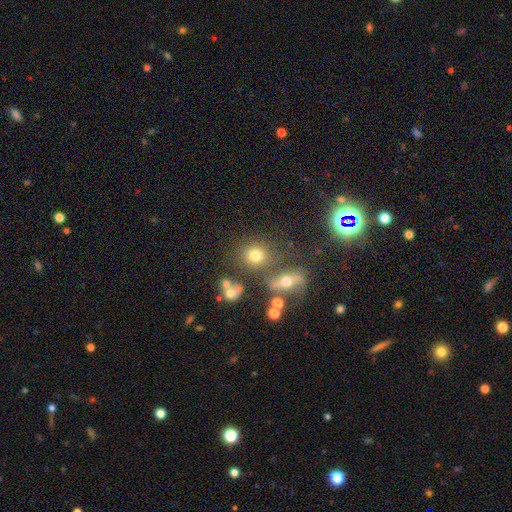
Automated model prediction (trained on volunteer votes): Smooth or featured?
  - smooth: 70% *
  - star or artifact: 16%
  - featured or disk: 14%
How rounded?
  - round: 73% *
  - in between: 25%
  - cigar-shaped: 2%
Merging?
  - none: 62% *
  - merger: 20%
  - minor disturbance: 12%
  - major disturbance: 6%